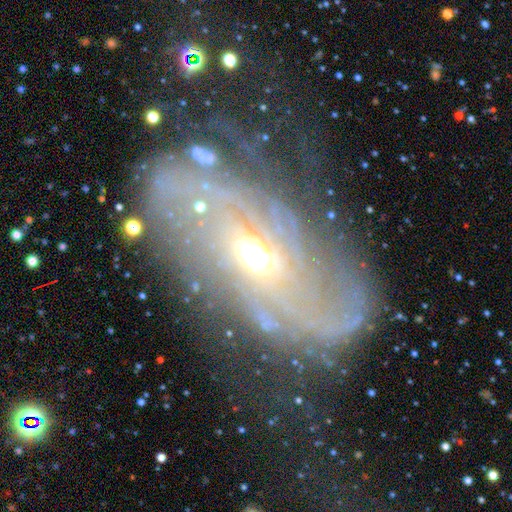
Smooth or featured: featured or disk — 82% (smooth — 10%)
Edge-on disk: no — 97% (yes — 3%)
Bar: no — 61% (weak — 26%)
Spiral arms: yes — 84% (no — 16%)
Spiral winding: loose — 73% (medium — 15%)
Spiral arm count: 2 — 77% (can't tell — 15%)
Bulge size: moderate — 55% (small — 32%)
Merging: none — 64% (major disturbance — 22%)